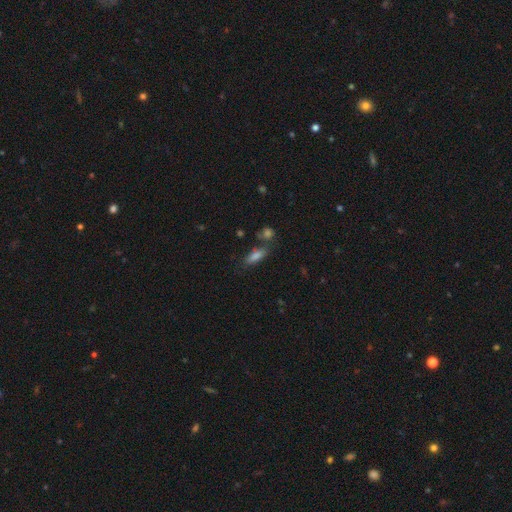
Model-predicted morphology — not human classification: Smooth or featured: smooth — 73% (featured or disk — 14%)
How rounded: in between — 59% (cigar-shaped — 38%)
Merging: none — 64% (merger — 15%)